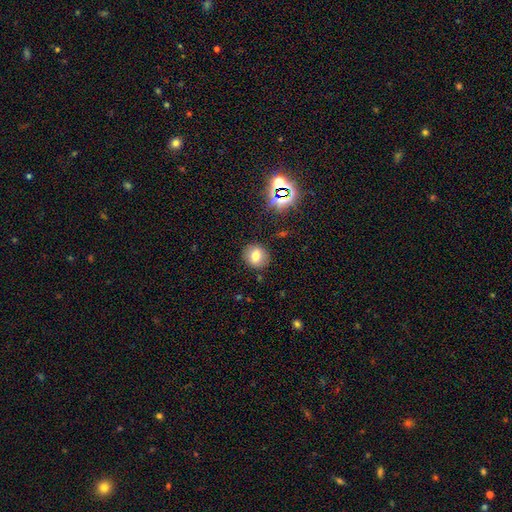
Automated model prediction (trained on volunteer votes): A smooth galaxy with no disk features (71%) that is round (75%).

Vote fractions:
- Smooth or featured? smooth: 71% / star or artifact: 15% / featured or disk: 13%
- How rounded? round: 75% / in between: 24% / cigar-shaped: 1%
- Merging? none: 87% / minor disturbance: 8% / major disturbance: 3% / merger: 2%